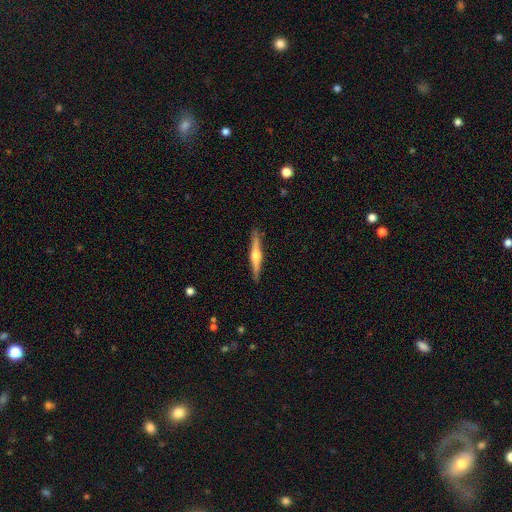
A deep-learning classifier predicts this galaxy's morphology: A featured or disk galaxy (68%) viewed edge-on (98%) with a rounded central bulge (90%).

Vote fractions:
- Smooth or featured? featured or disk: 68% / smooth: 27% / star or artifact: 5%
- Edge-on disk? yes: 98% / no: 2%
- Edge-on bulge? rounded: 90% / boxy: 6% / none: 4%
- Merging? none: 90% / minor disturbance: 7% / major disturbance: 1% / merger: 1%